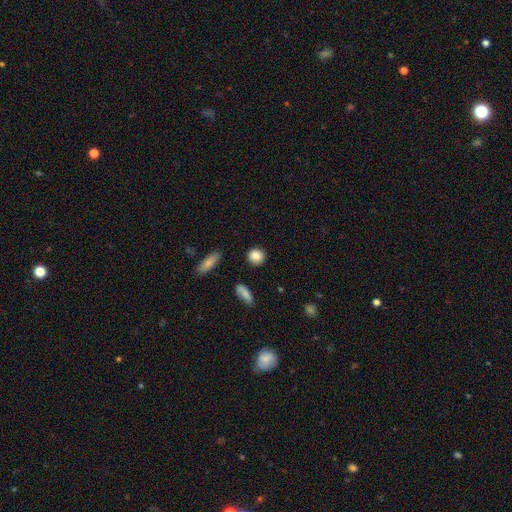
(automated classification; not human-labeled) This appears to be a smooth galaxy with no disk features (86%) that is round (83%). Merging: none (89%).